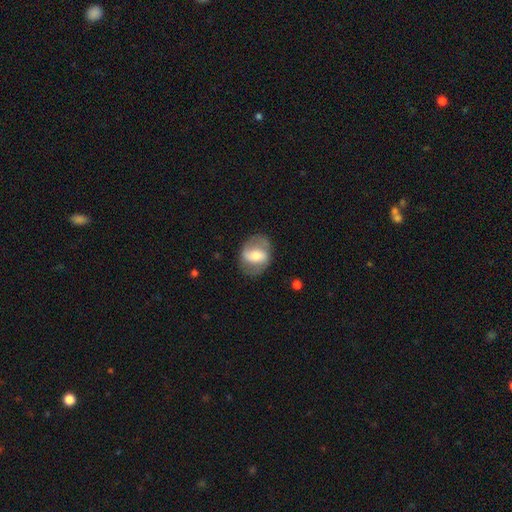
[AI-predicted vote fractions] Overall: featured or disk (57%; smooth 37%). Edge-on disk: no (95%). Bar: strong (39%; weak 37%). Spiral arms: yes (67%; no 33%). Bulge size: moderate (54%; small 26%). Merging: none (73%).